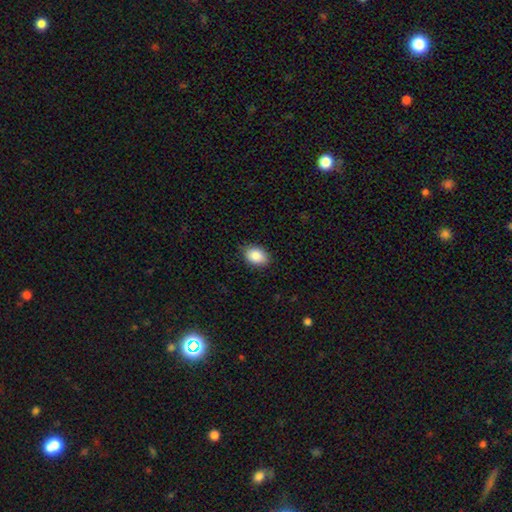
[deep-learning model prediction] Smooth or featured: smooth — 87% (star or artifact — 7%)
How rounded: in between — 82% (round — 17%)
Merging: none — 83% (minor disturbance — 14%)